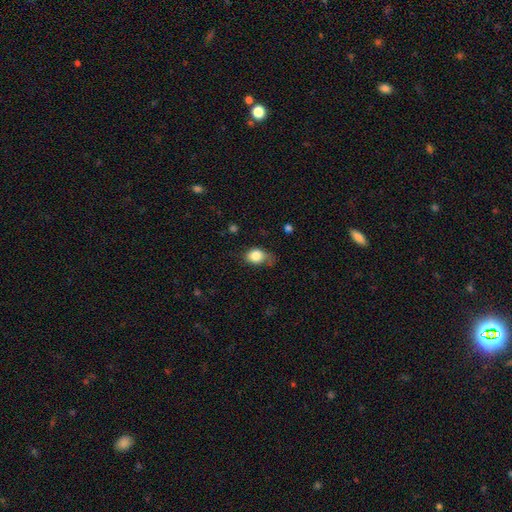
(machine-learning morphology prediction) Smooth or featured: smooth — 82% (featured or disk — 9%)
How rounded: in between — 60% (round — 39%)
Merging: none — 46% (minor disturbance — 38%)